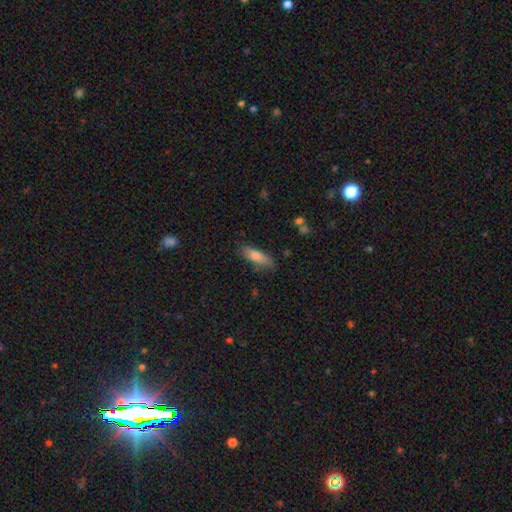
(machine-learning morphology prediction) smooth_or_featured: smooth (p=0.78) [alt: featured or disk p=0.15]
how_rounded: cigar-shaped (p=0.51) [alt: in between p=0.47]
merging: none (p=0.80) [alt: minor disturbance p=0.15]